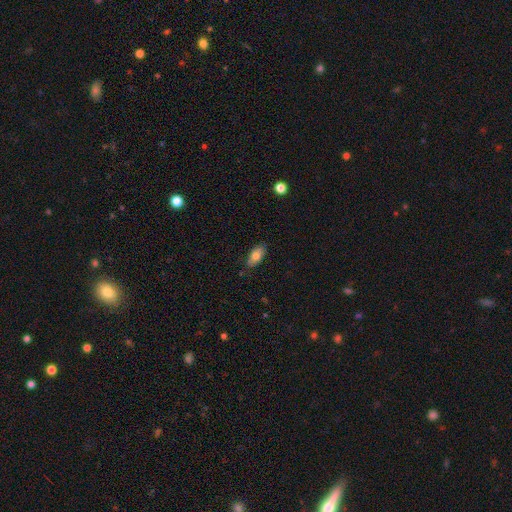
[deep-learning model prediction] Q: Smooth or featured?
A: smooth (77%); runner-up: featured or disk (16%)
Q: How rounded?
A: in between (88%); runner-up: cigar-shaped (9%)
Q: Merging?
A: none (83%); runner-up: minor disturbance (13%)